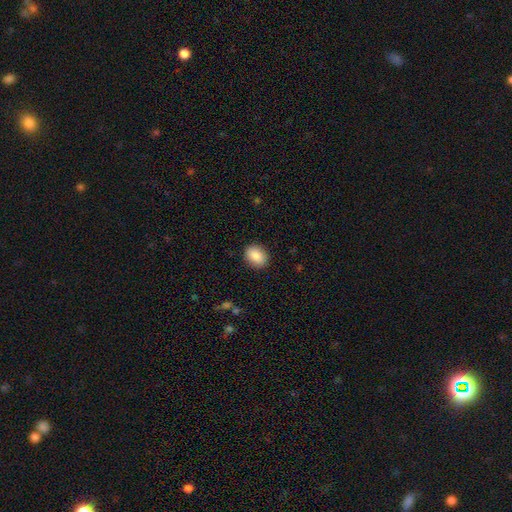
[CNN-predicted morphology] A smooth galaxy with no disk features (88%) that is in between round and cigar-shaped (65%).

Vote fractions:
- Smooth or featured? smooth: 88% / star or artifact: 7% / featured or disk: 5%
- How rounded? in between: 65% / round: 34% / cigar-shaped: 1%
- Merging? none: 89% / minor disturbance: 8% / major disturbance: 2% / merger: 1%